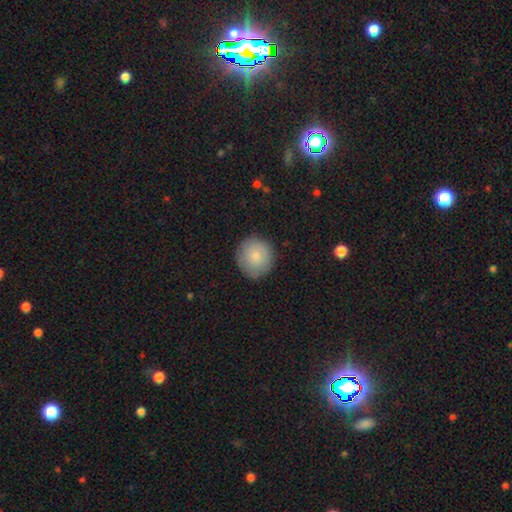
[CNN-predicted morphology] smooth 83%, featured or disk 10%, star or artifact 7%. Down the decision tree: how rounded — round (93%); merging — none (85%).